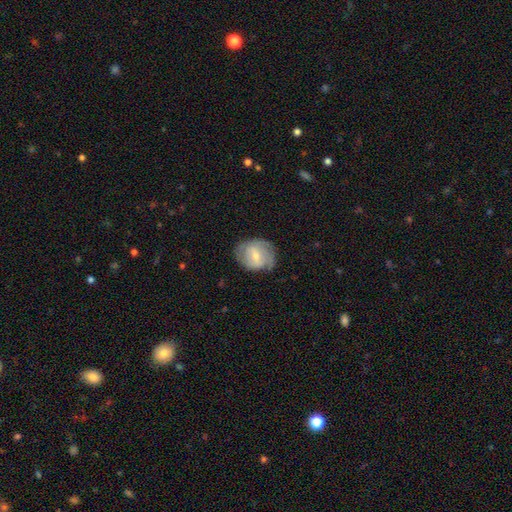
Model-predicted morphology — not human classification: A featured or disk galaxy (50%). Merging: none (63%).